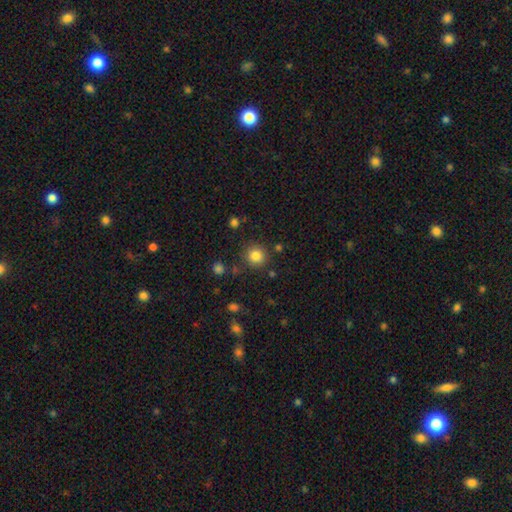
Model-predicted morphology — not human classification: A smooth galaxy with no disk features (83%) that is round (91%).

Vote fractions:
- Smooth or featured? smooth: 83% / star or artifact: 12% / featured or disk: 5%
- How rounded? round: 91% / in between: 8% / cigar-shaped: 1%
- Merging? none: 85% / minor disturbance: 8% / merger: 4% / major disturbance: 3%